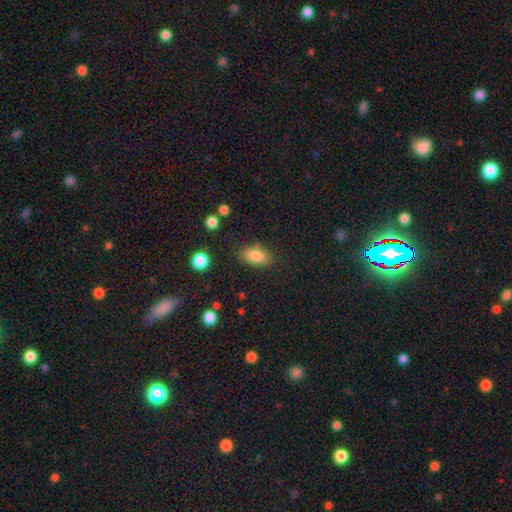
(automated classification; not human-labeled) This is clearly a smooth galaxy (82%). How rounded: clearly in between (87%). Merging: likely none (79%).